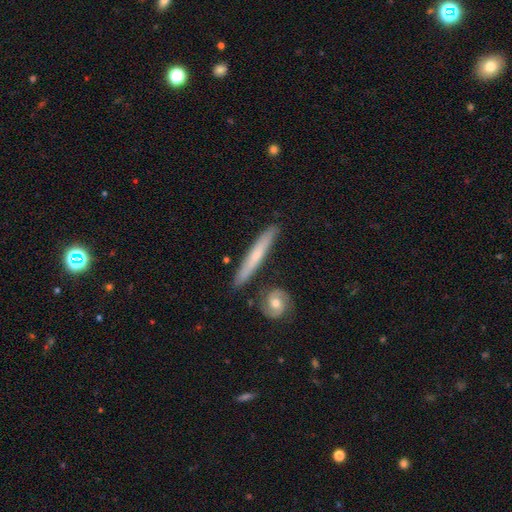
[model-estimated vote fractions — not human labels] The model was most divided on "smooth or featured": featured or disk: 49%, smooth: 45%, star or artifact: 6%. More confident: merging — none (83%).